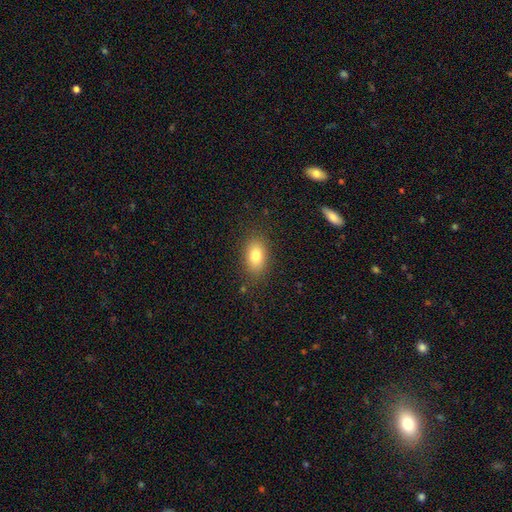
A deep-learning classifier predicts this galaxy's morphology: Smooth or featured?
  - smooth: 80% *
  - featured or disk: 10%
  - star or artifact: 9%
How rounded?
  - in between: 85% *
  - round: 13%
  - cigar-shaped: 2%
Merging?
  - none: 85% *
  - minor disturbance: 10%
  - major disturbance: 3%
  - merger: 1%